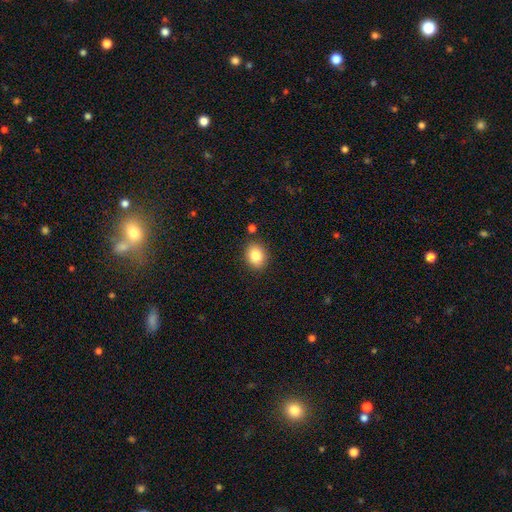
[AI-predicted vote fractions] smooth 85%, star or artifact 9%, featured or disk 6%. Down the decision tree: how rounded — in between (52%); merging — none (86%).